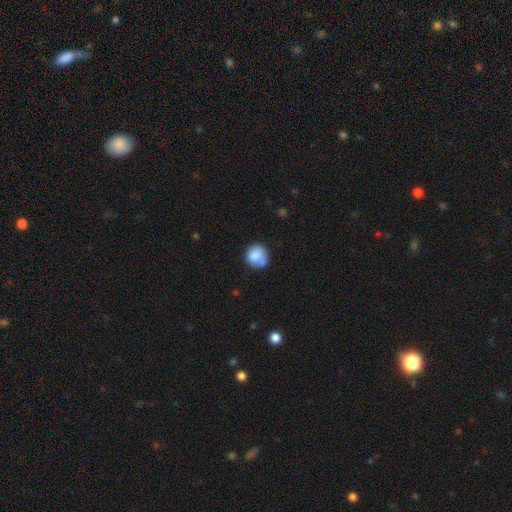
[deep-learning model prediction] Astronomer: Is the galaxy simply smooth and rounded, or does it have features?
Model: smooth — 83%.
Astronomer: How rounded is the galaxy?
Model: round — 86%.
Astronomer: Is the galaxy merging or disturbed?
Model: none — 62%.